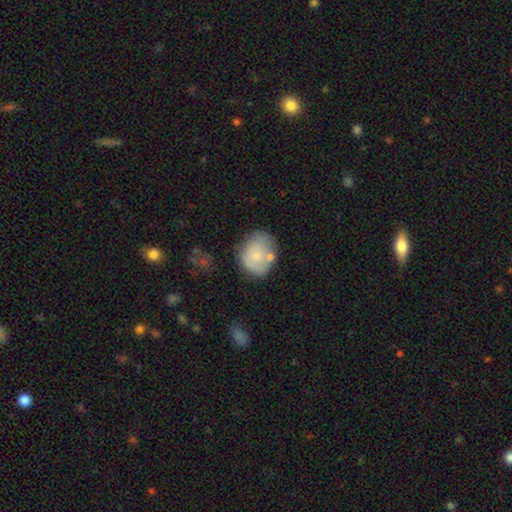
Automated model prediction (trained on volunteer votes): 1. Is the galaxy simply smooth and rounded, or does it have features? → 70% smooth, 23% featured or disk, 7% star or artifact.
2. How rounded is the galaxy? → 51% round, 48% in between, 1% cigar-shaped.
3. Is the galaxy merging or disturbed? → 57% none, 24% minor disturbance, 12% merger, 8% major disturbance.